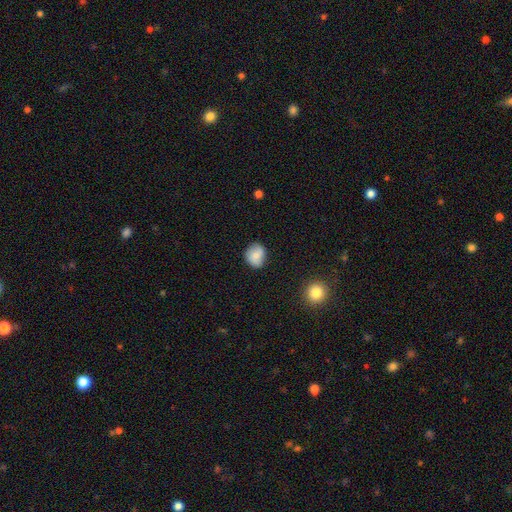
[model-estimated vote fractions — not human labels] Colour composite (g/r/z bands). It shows a smooth galaxy with no disk features (81%) that is round (67%). Merging: none (73%).